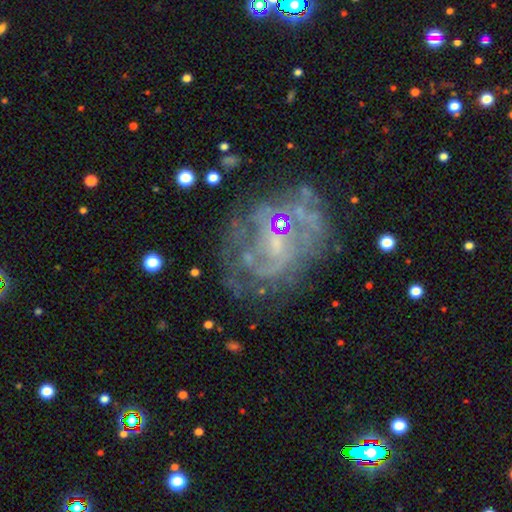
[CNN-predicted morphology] type=featured or disk (75%); edge-on=no (97%); bar=no (45%); spiral arms=yes (80%); winding=tight (53%); arm count=can't tell (45%); bulge=small (70%); merging=none (67%).